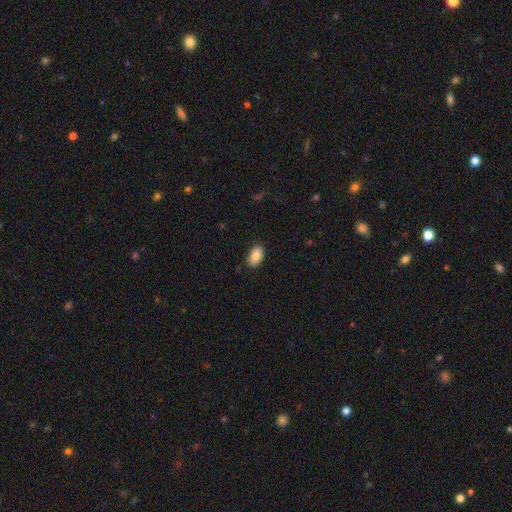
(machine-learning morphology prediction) Q: Smooth or featured?
A: smooth (88%); runner-up: star or artifact (7%)
Q: How rounded?
A: in between (93%); runner-up: round (5%)
Q: Merging?
A: none (84%); runner-up: minor disturbance (12%)